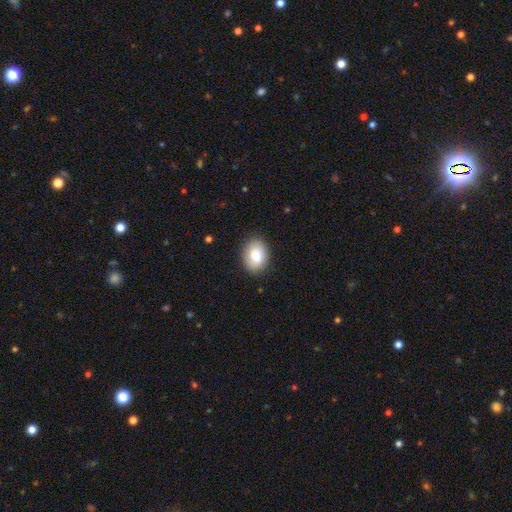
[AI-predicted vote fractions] Smooth or featured: smooth — 83% (featured or disk — 10%)
How rounded: in between — 71% (round — 28%)
Merging: none — 86% (minor disturbance — 11%)